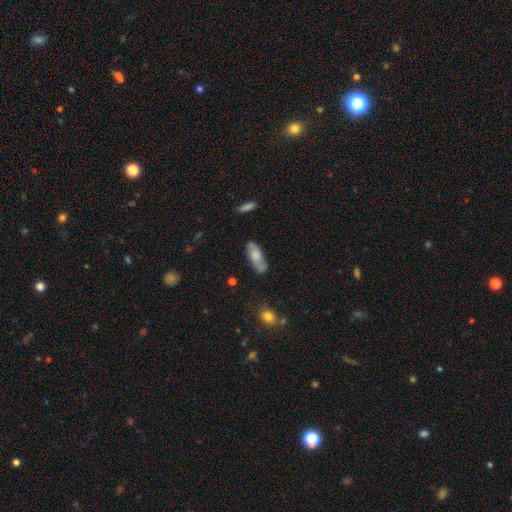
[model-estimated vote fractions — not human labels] smooth_or_featured: featured or disk (p=0.48) [alt: smooth p=0.45]
merging: none (p=0.74) [alt: minor disturbance p=0.19]